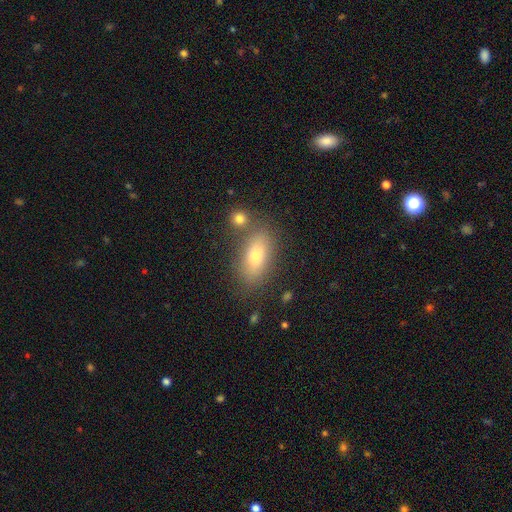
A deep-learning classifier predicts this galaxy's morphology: Q: Smooth or featured?
A: smooth (72%); runner-up: featured or disk (19%)
Q: How rounded?
A: in between (81%); runner-up: cigar-shaped (12%)
Q: Merging?
A: none (72%); runner-up: minor disturbance (13%)